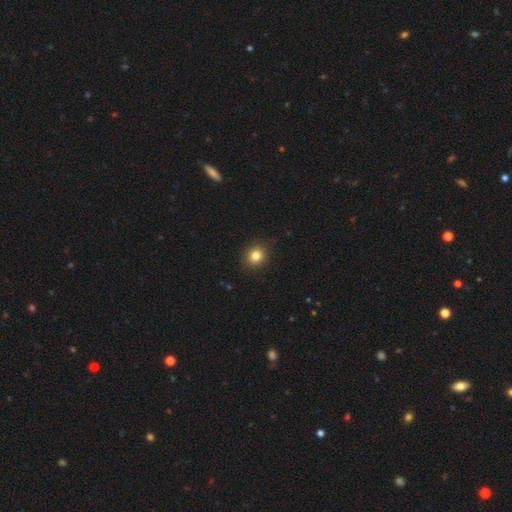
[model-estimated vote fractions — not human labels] A smooth galaxy with no disk features (83%) that is round (77%).

Vote fractions:
- Smooth or featured? smooth: 83% / star or artifact: 12% / featured or disk: 6%
- How rounded? round: 77% / in between: 22% / cigar-shaped: 1%
- Merging? none: 90% / minor disturbance: 7% / major disturbance: 2% / merger: 1%